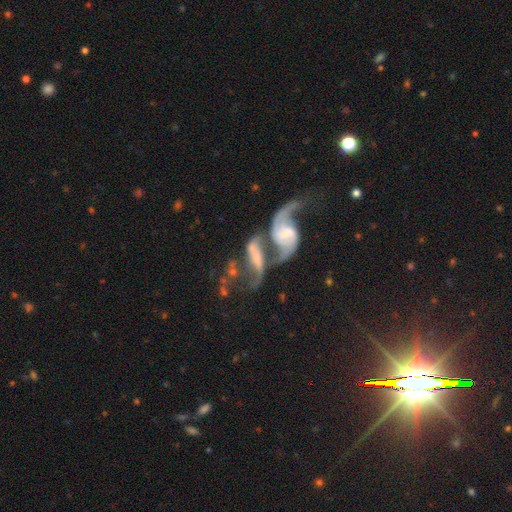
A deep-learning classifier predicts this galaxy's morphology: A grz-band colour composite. It shows a featured or disk galaxy (74%) with no bar (41%), 2 (79%) loose (78%) spiral arms (83%) and no central bulge (39%). Merging: merger (65%).